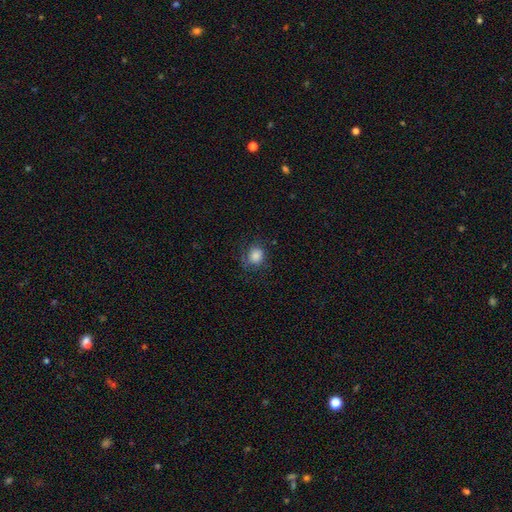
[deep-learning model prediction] The model was most divided on "how rounded": round: 74%, in between: 25%, cigar-shaped: 1%. More confident: smooth or featured — smooth (82%); merging — none (70%).